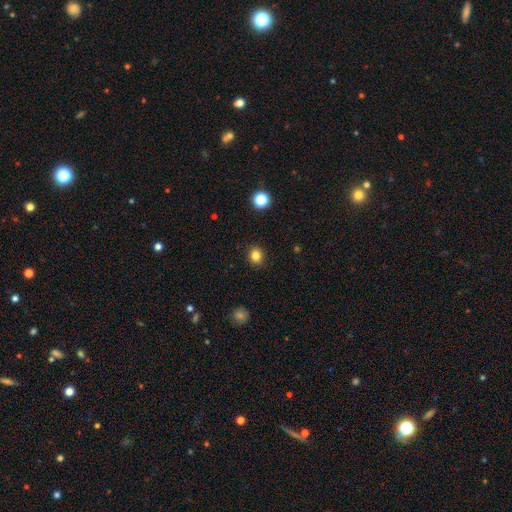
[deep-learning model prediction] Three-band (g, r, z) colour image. It shows a smooth galaxy with no disk features (83%) that is round (77%). Merging: none (91%).